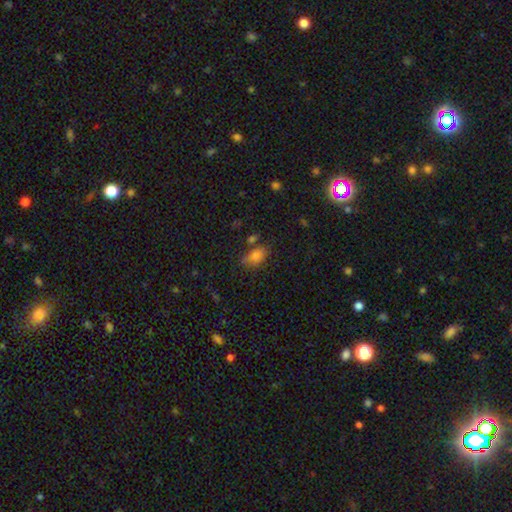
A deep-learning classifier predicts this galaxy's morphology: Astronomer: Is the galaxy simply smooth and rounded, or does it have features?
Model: smooth — 79%.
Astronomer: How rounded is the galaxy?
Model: in between — 82%.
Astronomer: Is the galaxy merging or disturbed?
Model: none — 58%.